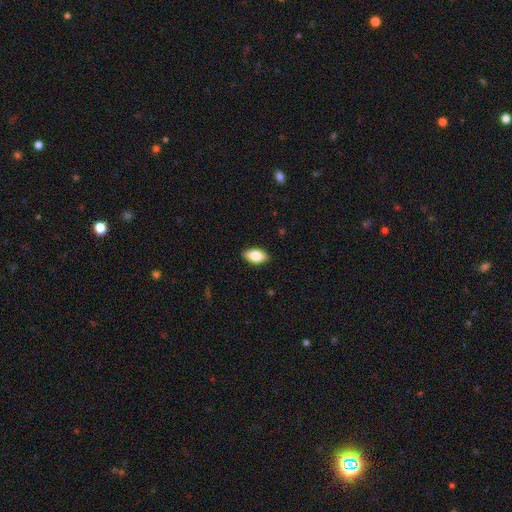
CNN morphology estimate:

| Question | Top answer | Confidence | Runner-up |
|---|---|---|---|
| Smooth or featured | smooth | 77% | featured or disk (16%) |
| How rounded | in between | 89% | cigar-shaped (6%) |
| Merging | none | 88% | minor disturbance (9%) |